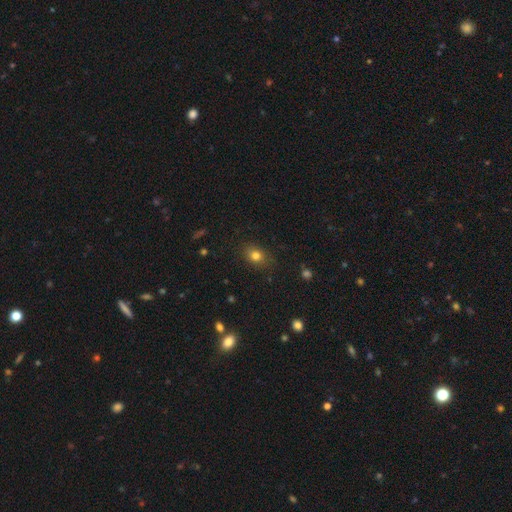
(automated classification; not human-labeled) Morphology: type=smooth (79%); roundness=in between (58%); merging=none (83%).